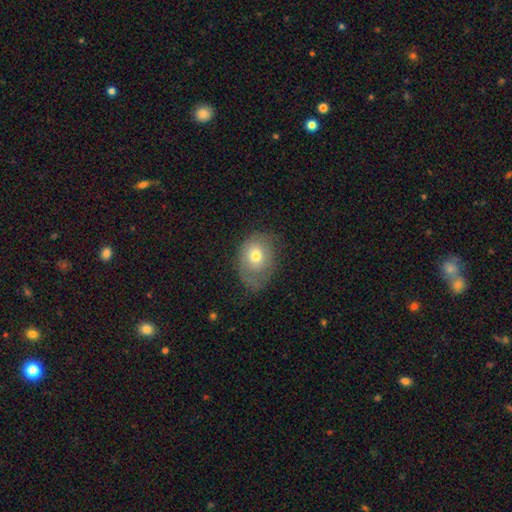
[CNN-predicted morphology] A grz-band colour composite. It shows a smooth galaxy with no disk features (61%) that is in between round and cigar-shaped (60%). Merging: none (46%).